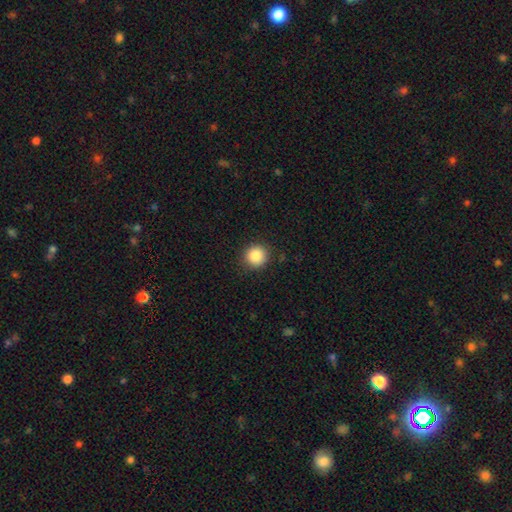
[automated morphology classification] Smooth or featured? Predicted: smooth (p=0.87). How rounded? Predicted: round (p=0.92). Merging? Predicted: none (p=0.89).